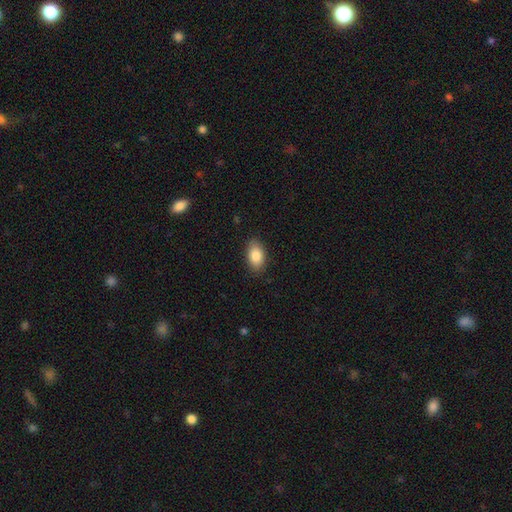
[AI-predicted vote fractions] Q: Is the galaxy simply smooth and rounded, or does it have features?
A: smooth — 86%.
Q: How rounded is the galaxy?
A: in between — 91%.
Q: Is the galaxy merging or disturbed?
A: none — 86%.